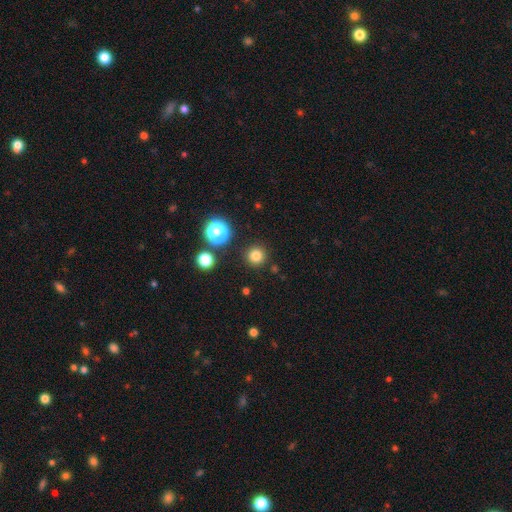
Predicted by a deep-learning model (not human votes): smooth_or_featured: smooth (p=0.80) [alt: star or artifact p=0.15]
how_rounded: round (p=0.96) [alt: in between p=0.03]
merging: none (p=0.90) [alt: minor disturbance p=0.05]